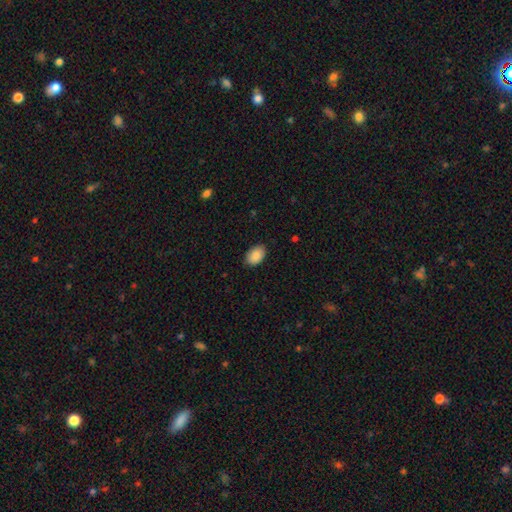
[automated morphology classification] Overall: smooth (90%). How rounded: in between (88%). Merging: none (88%).